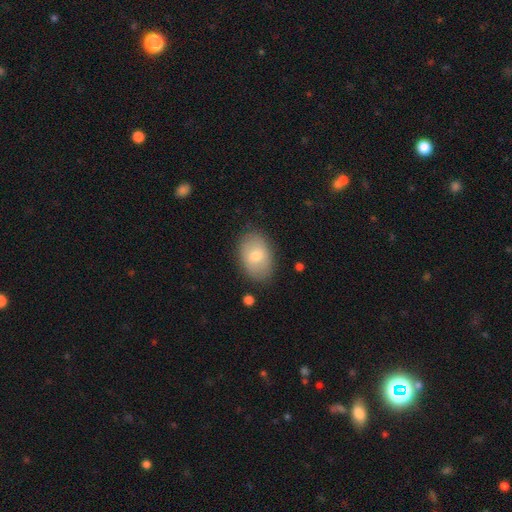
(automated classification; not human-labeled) Smooth or featured?
  - smooth: 72% *
  - featured or disk: 21%
  - star or artifact: 7%
How rounded?
  - in between: 86% *
  - round: 13%
  - cigar-shaped: 1%
Merging?
  - none: 84% *
  - minor disturbance: 11%
  - major disturbance: 3%
  - merger: 1%